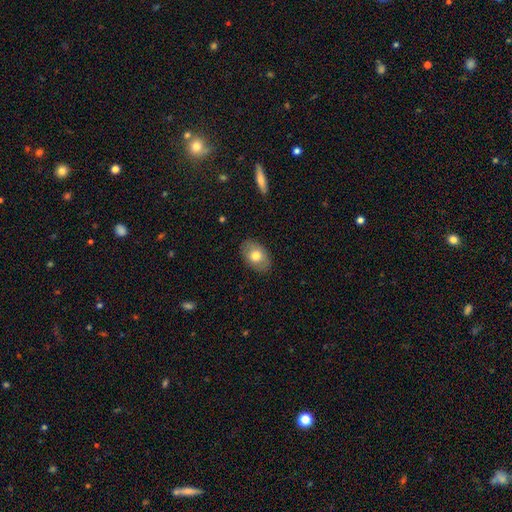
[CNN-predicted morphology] Smooth or featured?
  - smooth: 73% *
  - featured or disk: 20%
  - star or artifact: 7%
How rounded?
  - in between: 87% *
  - round: 12%
  - cigar-shaped: 1%
Merging?
  - none: 86% *
  - minor disturbance: 11%
  - major disturbance: 2%
  - merger: 1%